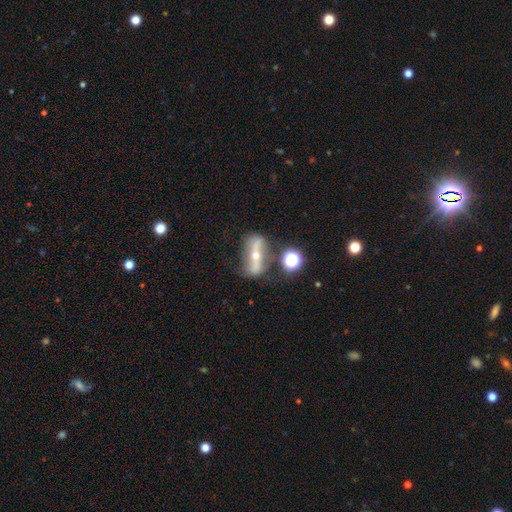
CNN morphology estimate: Q: Smooth or featured?
A: featured or disk (74%); runner-up: smooth (17%)
Q: Edge-on disk?
A: no (69%); runner-up: yes (31%)
Q: Bar?
A: strong (67%); runner-up: no (18%)
Q: Spiral arms?
A: yes (62%); runner-up: no (38%)
Q: Bulge size?
A: small (53%); runner-up: moderate (43%)
Q: Merging?
A: none (64%); runner-up: minor disturbance (18%)